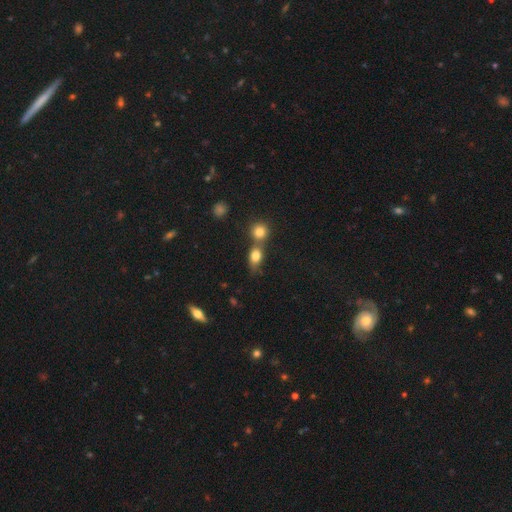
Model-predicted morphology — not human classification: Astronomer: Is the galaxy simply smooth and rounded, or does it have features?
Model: smooth — 79%.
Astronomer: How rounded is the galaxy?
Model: in between — 59% (runner-up: round, 37%).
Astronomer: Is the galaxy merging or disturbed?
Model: merger — 45% (runner-up: none, 40%).